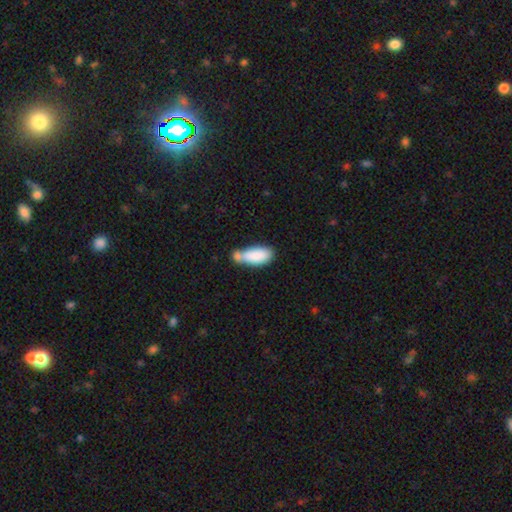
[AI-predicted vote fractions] Smooth or featured?
  - smooth: 83% *
  - featured or disk: 10%
  - star or artifact: 6%
How rounded?
  - in between: 83% *
  - cigar-shaped: 14%
  - round: 2%
Merging?
  - none: 38% *
  - merger: 35%
  - minor disturbance: 20%
  - major disturbance: 7%